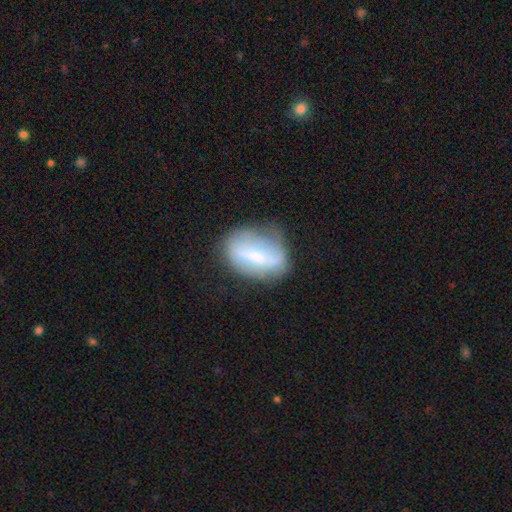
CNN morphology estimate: Q: Smooth or featured?
A: featured or disk (50%); runner-up: smooth (42%)
Q: Edge-on disk?
A: no (88%); runner-up: yes (12%)
Q: Merging?
A: none (58%); runner-up: minor disturbance (28%)